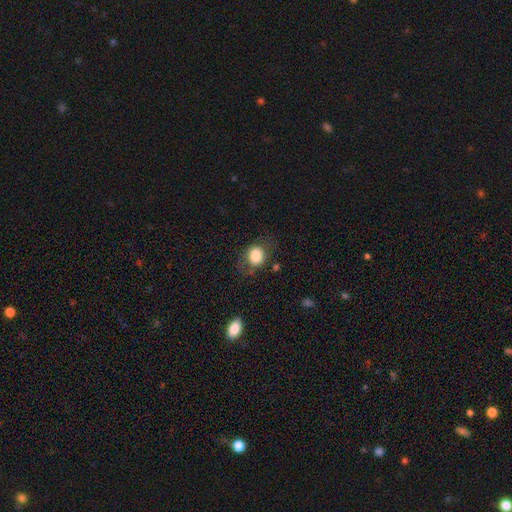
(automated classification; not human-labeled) This appears to be a smooth galaxy with no disk features (80%) that is round (60%). Merging: none (68%).